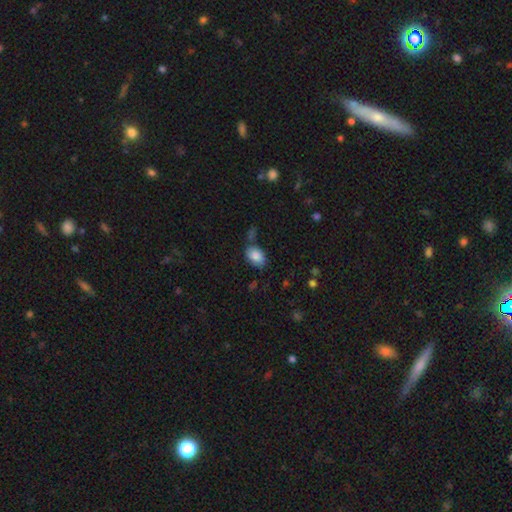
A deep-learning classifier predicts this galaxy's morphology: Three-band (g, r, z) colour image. It shows a smooth galaxy with no disk features (86%) that is in between round and cigar-shaped (84%). Merging: none (71%).